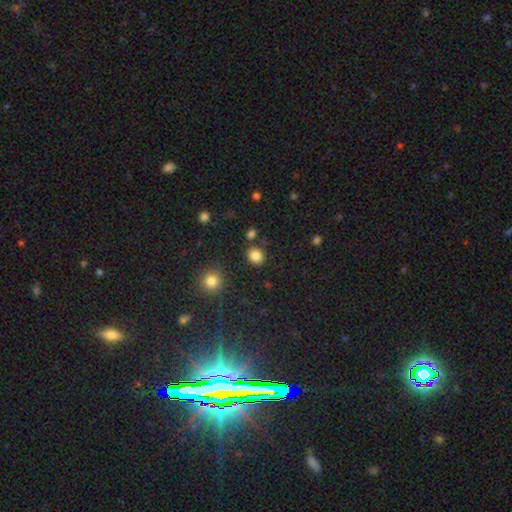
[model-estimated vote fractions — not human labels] smooth_or_featured: smooth (p=0.84) [alt: star or artifact p=0.12]
how_rounded: round (p=0.73) [alt: in between p=0.27]
merging: none (p=0.83) [alt: minor disturbance p=0.09]